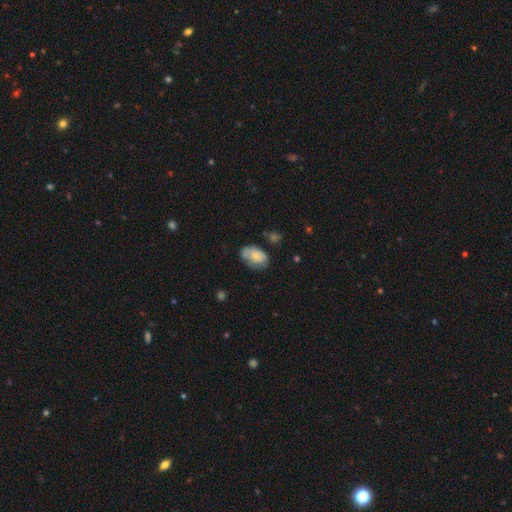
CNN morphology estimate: This is likely a smooth galaxy (67%). How rounded: clearly in between (87%). Merging: possibly none (53%).